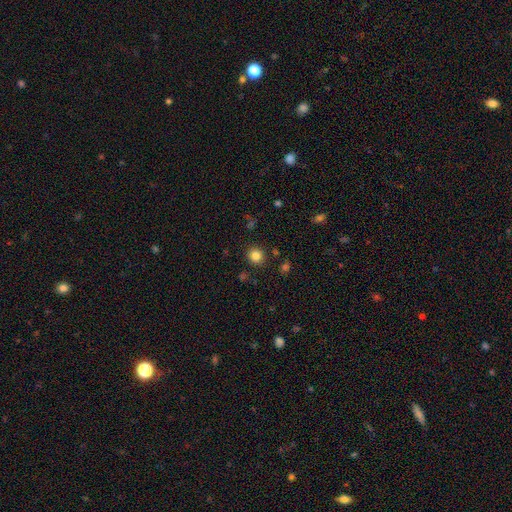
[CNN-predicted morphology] Smooth or featured? smooth (83%)
How rounded? round (88%)
Merging? none (89%)